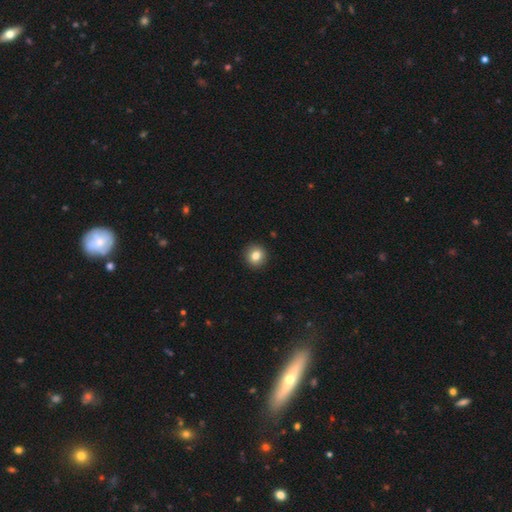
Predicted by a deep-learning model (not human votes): Morphology: type=smooth (83%); roundness=round (91%); merging=none (93%).